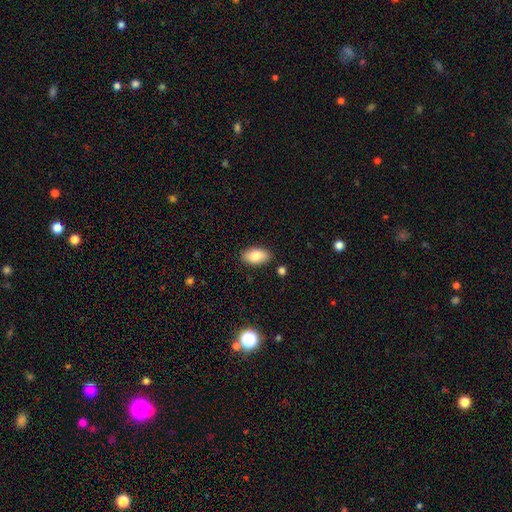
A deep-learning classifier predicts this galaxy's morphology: smooth-or-featured: smooth: 85% | featured or disk: 8% | star or artifact: 7%
  how-rounded: in between: 94% | round: 4% | cigar-shaped: 2%
  merging: none: 85% | minor disturbance: 10% | major disturbance: 2% | merger: 2%